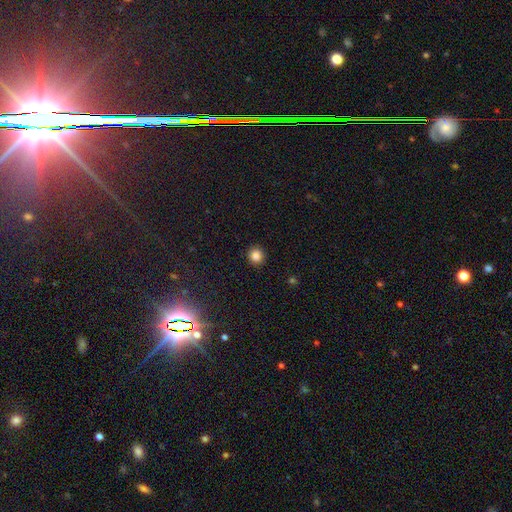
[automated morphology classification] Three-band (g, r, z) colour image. It shows a smooth galaxy with no disk features (84%) that is round (92%). Merging: none (91%).